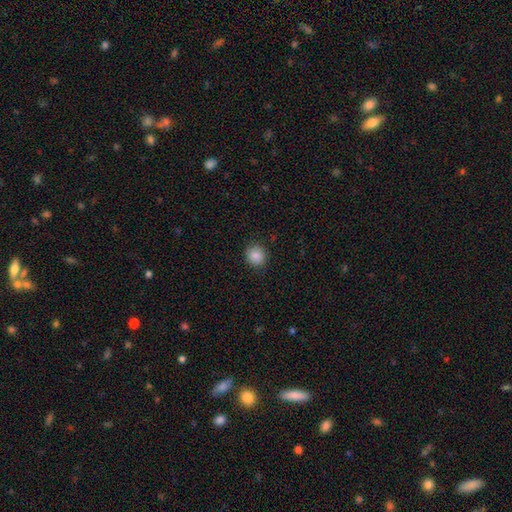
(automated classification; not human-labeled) Q: Smooth or featured?
A: smooth (87%); runner-up: star or artifact (9%)
Q: How rounded?
A: round (87%); runner-up: in between (12%)
Q: Merging?
A: none (89%); runner-up: minor disturbance (8%)